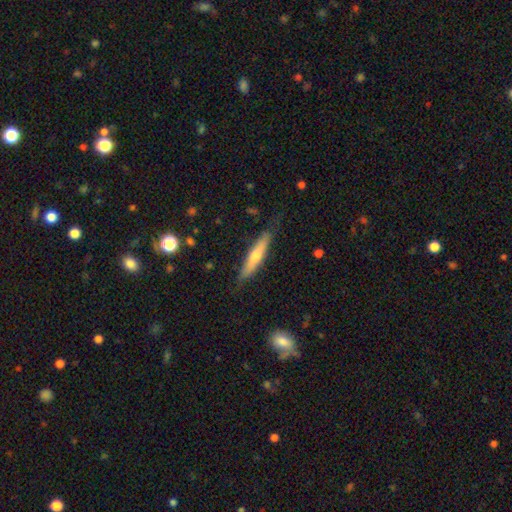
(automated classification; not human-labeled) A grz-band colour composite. It shows a smooth galaxy with no disk features (47%, tied with featured or disk). Merging: none (80%).